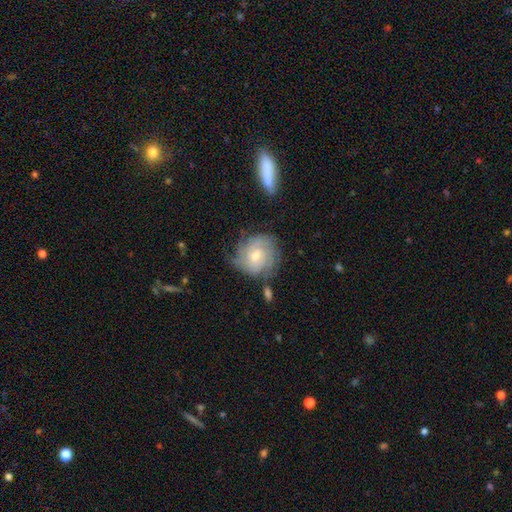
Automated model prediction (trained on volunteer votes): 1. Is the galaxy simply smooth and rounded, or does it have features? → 74% featured or disk, 20% smooth, 7% star or artifact.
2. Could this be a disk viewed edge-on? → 97% no, 3% yes.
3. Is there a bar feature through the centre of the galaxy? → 56% no, 39% weak, 5% strong.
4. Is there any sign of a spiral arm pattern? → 92% yes, 8% no.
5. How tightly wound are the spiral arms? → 70% tight, 23% medium, 6% loose.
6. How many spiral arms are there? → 43% can't tell, 18% 3, 15% 2, 13% 4, 5% more than 4, 5% 1.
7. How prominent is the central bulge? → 51% moderate, 44% small, 3% large, 2% none, 1% dominant.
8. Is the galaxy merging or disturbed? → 67% none, 21% minor disturbance, 9% major disturbance, 4% merger.